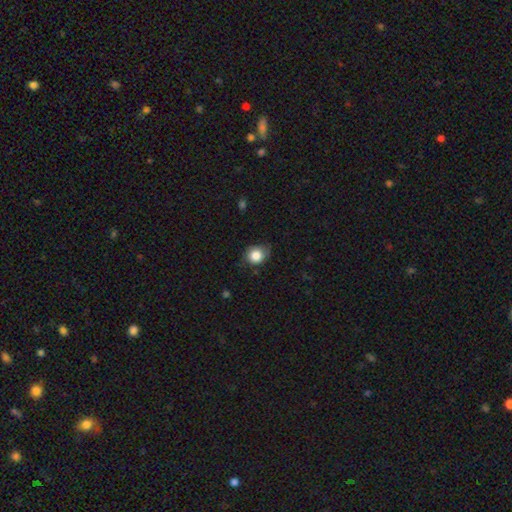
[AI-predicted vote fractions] smooth_or_featured: smooth (p=0.83) [alt: star or artifact p=0.09]
how_rounded: round (p=0.75) [alt: in between p=0.24]
merging: none (p=0.66) [alt: minor disturbance p=0.27]